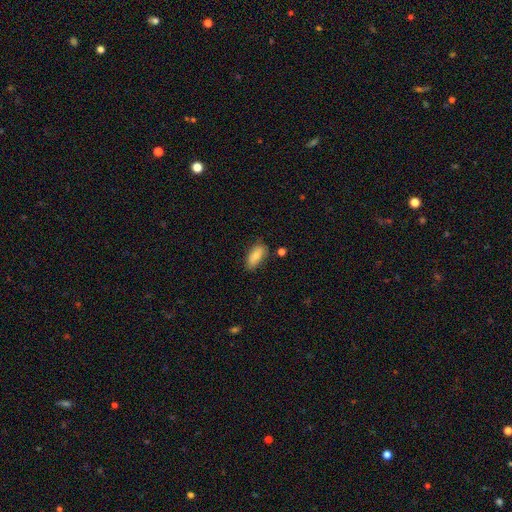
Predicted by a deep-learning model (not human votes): A smooth galaxy with no disk features (84%) that is in between round and cigar-shaped (85%). Merging: none (73%).